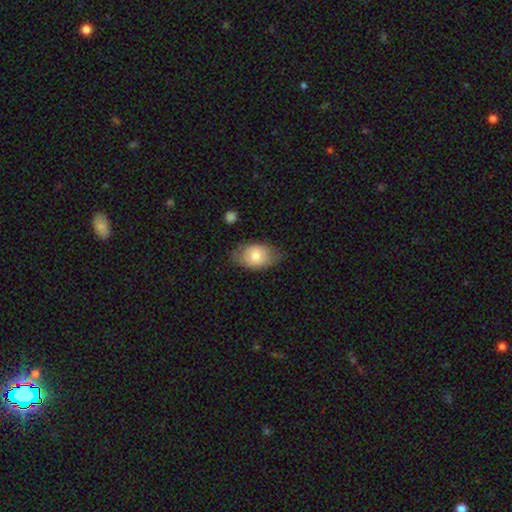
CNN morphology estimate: A smooth galaxy with no disk features (74%) that is in between round and cigar-shaped (87%). Merging: none (72%).